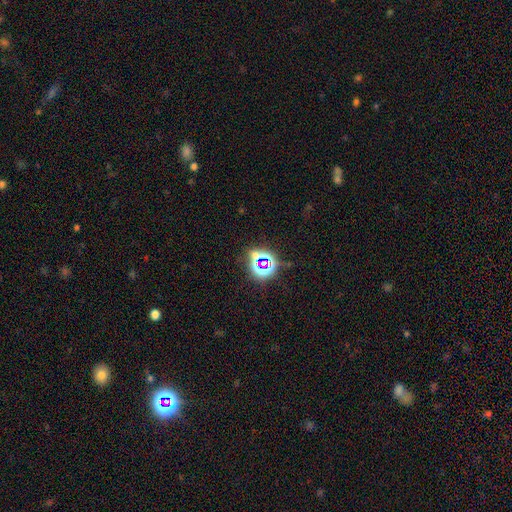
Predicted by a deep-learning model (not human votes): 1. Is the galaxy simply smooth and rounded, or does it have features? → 71% star or artifact, 20% smooth, 9% featured or disk.